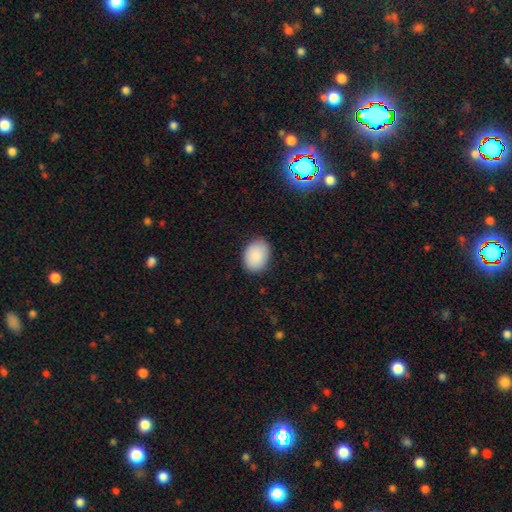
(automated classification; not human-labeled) Morphology: type=smooth (90%); roundness=in between (70%); merging=none (85%).